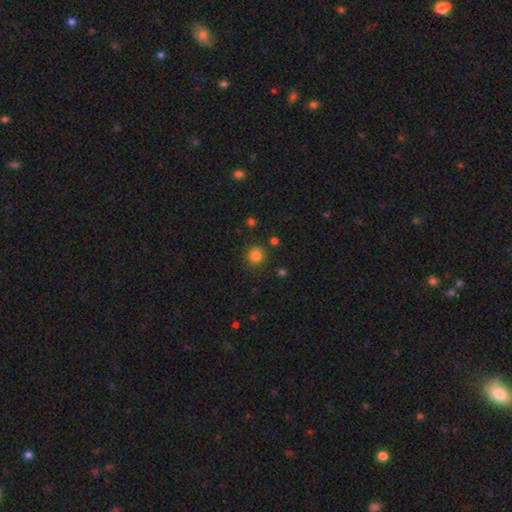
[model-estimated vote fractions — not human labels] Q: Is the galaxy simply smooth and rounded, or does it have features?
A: smooth — 83%.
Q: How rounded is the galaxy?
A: round — 94%.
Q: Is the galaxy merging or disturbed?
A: none — 88%.